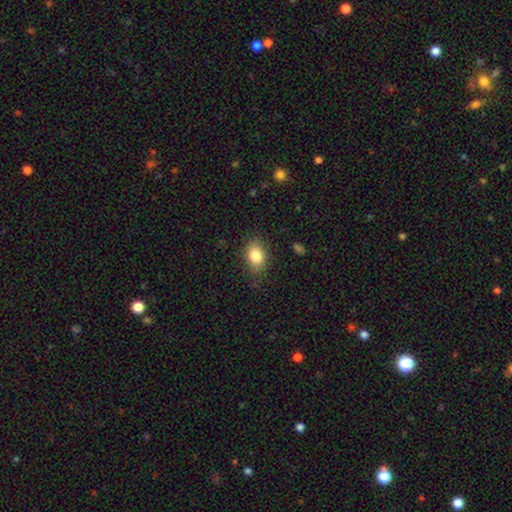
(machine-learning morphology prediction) Smooth or featured? Predicted: smooth (p=0.83). How rounded? Predicted: in between (p=0.82). Merging? Predicted: none (p=0.80).